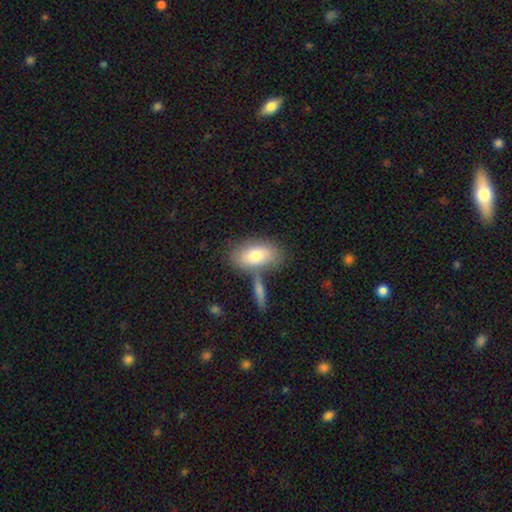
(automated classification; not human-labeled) Smooth or featured? smooth (75%)
How rounded? in between (91%)
Merging? none (61%)